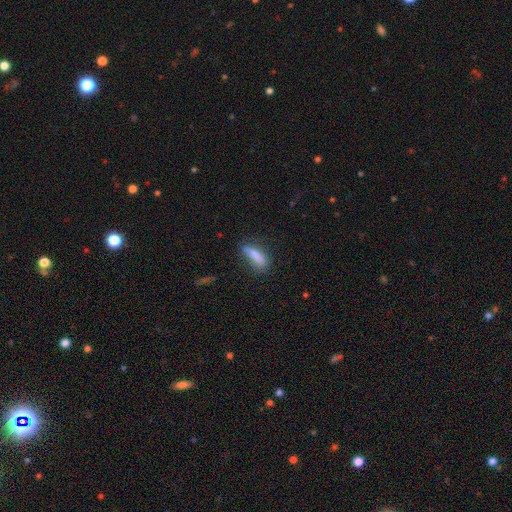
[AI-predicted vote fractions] Overall: smooth (78%). How rounded: cigar-shaped (59%; in between 39%). Merging: none (62%; minor disturbance 25%).